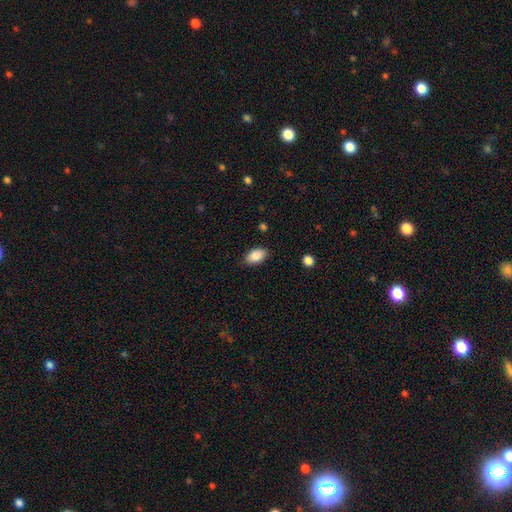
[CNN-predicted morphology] smooth-or-featured: smooth: 87% | star or artifact: 7% | featured or disk: 5%
  how-rounded: in between: 92% | round: 7% | cigar-shaped: 2%
  merging: none: 86% | minor disturbance: 11% | major disturbance: 2% | merger: 1%